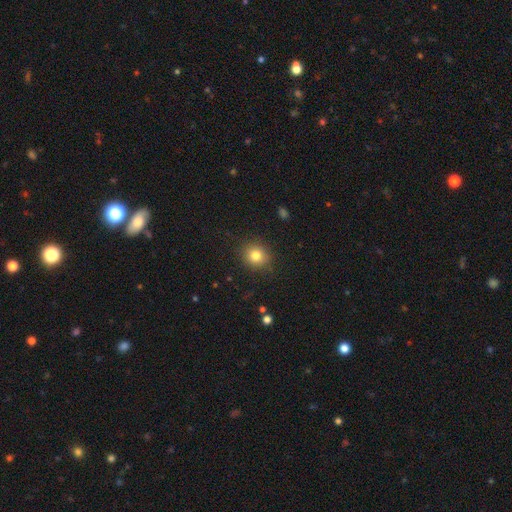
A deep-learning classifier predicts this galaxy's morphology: A smooth galaxy with no disk features (81%) that is round (85%).

Vote fractions:
- Smooth or featured? smooth: 81% / star or artifact: 12% / featured or disk: 7%
- How rounded? round: 85% / in between: 14% / cigar-shaped: 1%
- Merging? none: 88% / minor disturbance: 8% / major disturbance: 2% / merger: 1%